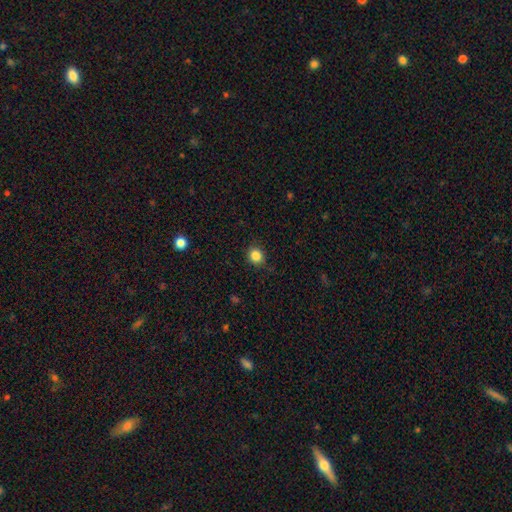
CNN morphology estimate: Smooth or featured? Predicted: smooth (p=0.86). How rounded? Predicted: round (p=0.81). Merging? Predicted: none (p=0.85).